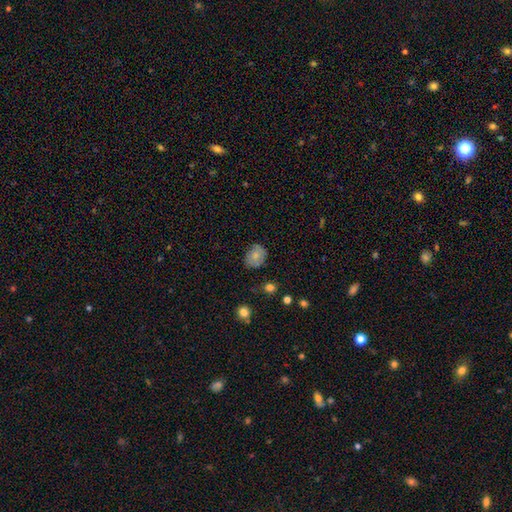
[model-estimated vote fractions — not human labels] This appears to be a smooth galaxy with no disk features (78%) that is in between round and cigar-shaped (56%). Merging: none (69%).